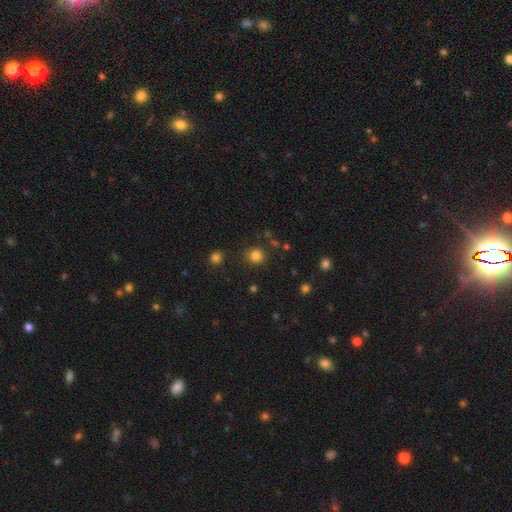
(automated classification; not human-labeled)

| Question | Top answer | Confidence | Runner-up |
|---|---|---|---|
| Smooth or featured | smooth | 81% | star or artifact (14%) |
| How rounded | round | 88% | in between (11%) |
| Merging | none | 82% | minor disturbance (11%) |